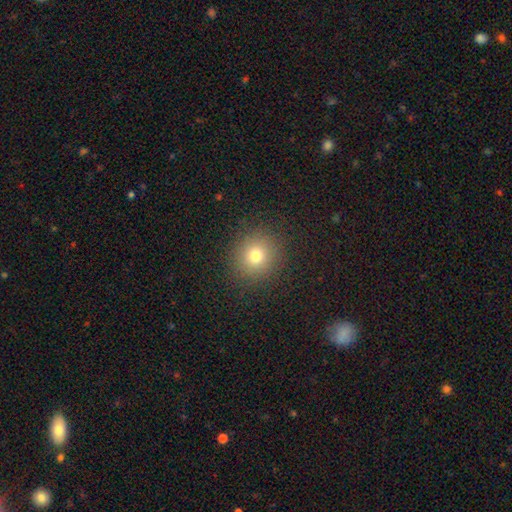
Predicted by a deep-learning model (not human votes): The model was most divided on "smooth or featured": smooth: 75%, star or artifact: 16%, featured or disk: 9%. More confident: merging — none (89%); how rounded — round (88%).